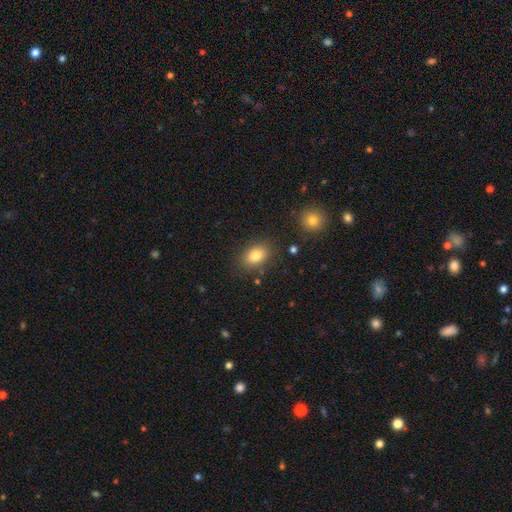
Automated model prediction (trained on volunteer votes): Morphology: type=smooth (83%); roundness=in between (76%); merging=none (82%).